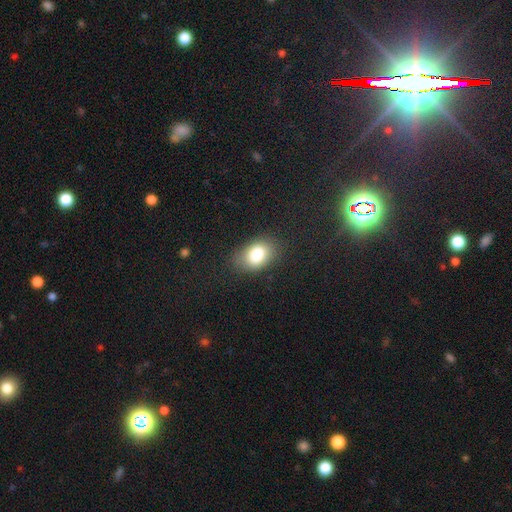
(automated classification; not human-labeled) smooth 82%, featured or disk 9%, star or artifact 9%. Down the decision tree: how rounded — in between (83%); merging — none (80%).